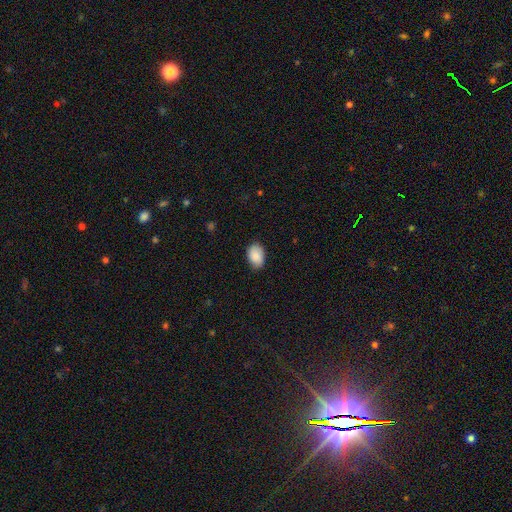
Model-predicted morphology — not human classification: Smooth or featured: smooth — 86% (featured or disk — 7%)
How rounded: in between — 85% (round — 14%)
Merging: none — 80% (minor disturbance — 16%)